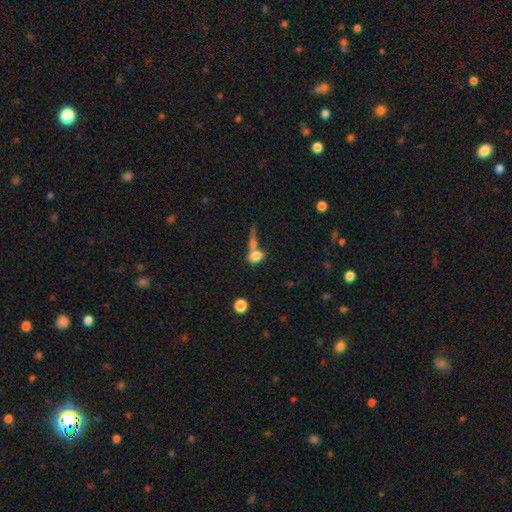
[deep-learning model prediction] smooth 78%, featured or disk 12%, star or artifact 10%. Down the decision tree: how rounded — in between (79%); merging — merger (50%).